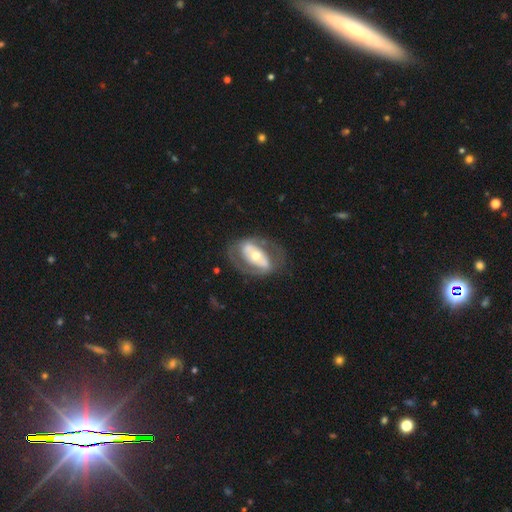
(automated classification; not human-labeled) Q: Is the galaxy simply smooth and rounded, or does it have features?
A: featured or disk — 70%.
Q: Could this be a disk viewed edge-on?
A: no — 93%.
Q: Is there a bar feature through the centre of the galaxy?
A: no — 46%.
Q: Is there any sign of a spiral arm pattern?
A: no — 51%.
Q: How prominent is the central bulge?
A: moderate — 63%.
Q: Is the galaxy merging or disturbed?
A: none — 64%.